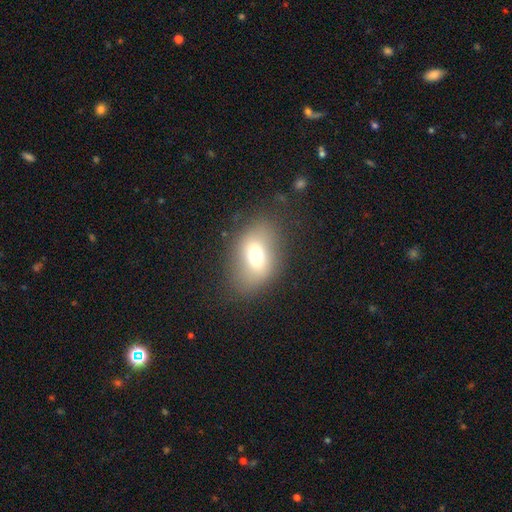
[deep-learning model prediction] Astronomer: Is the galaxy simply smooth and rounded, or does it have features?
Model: smooth — 67%.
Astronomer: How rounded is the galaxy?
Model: in between — 75%.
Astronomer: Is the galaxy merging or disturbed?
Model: none — 74%.